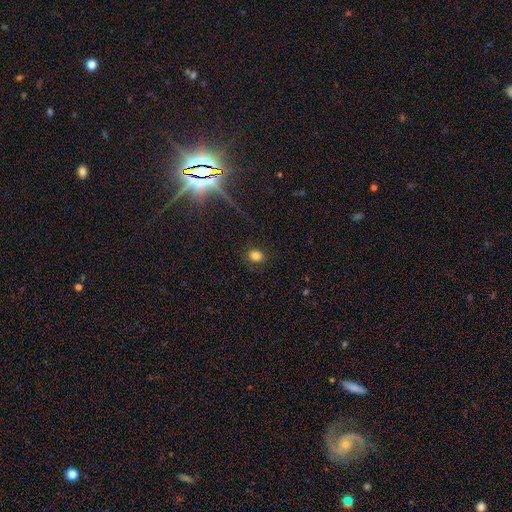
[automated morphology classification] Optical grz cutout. It shows a smooth galaxy with no disk features (81%) that is in between round and cigar-shaped (56%). Merging: none (87%).